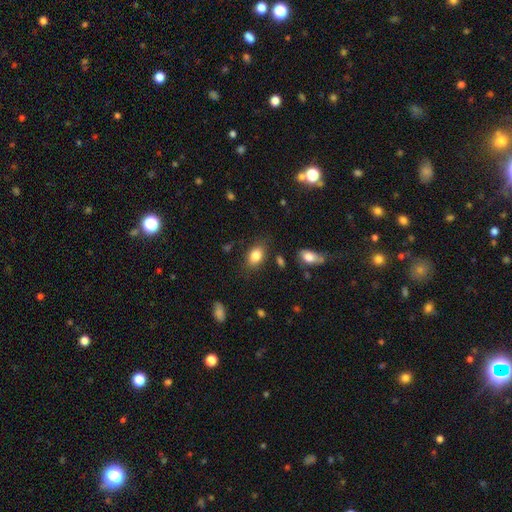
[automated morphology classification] Q: Smooth or featured?
A: smooth (84%); runner-up: star or artifact (8%)
Q: How rounded?
A: in between (84%); runner-up: round (15%)
Q: Merging?
A: none (80%); runner-up: minor disturbance (14%)